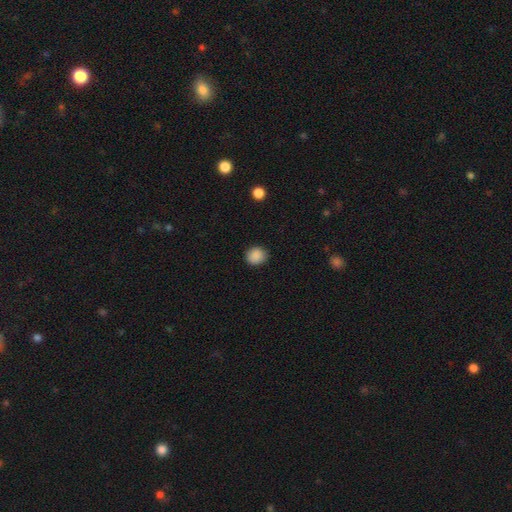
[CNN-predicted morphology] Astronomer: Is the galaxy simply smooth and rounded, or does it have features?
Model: smooth — 88%.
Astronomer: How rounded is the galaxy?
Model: round — 77%.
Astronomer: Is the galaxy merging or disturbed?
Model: none — 86%.